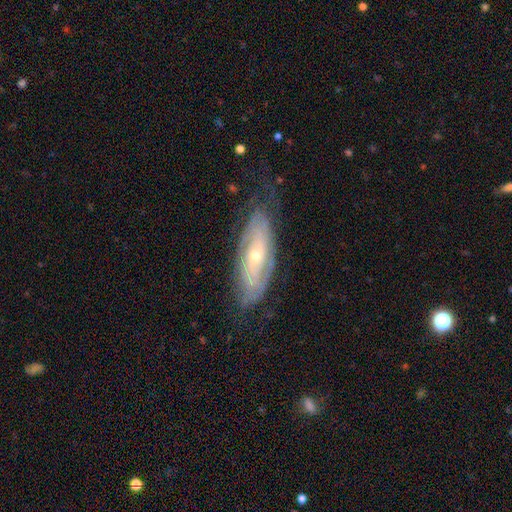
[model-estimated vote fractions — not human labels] featured or disk 75%, smooth 18%, star or artifact 7%. Down the decision tree: edge-on disk — no (82%); bar — no (72%); spiral arms — yes (78%); bulge size — small (63%); merging — none (70%).